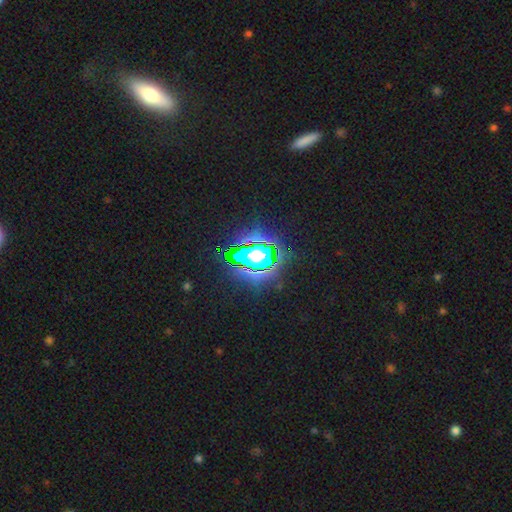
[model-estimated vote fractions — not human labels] Smooth or featured? star or artifact (62%)